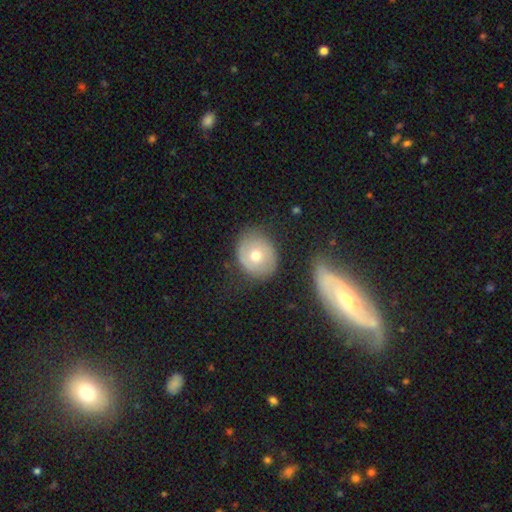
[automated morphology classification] smooth_or_featured: smooth (p=0.59) [alt: featured or disk p=0.34]
how_rounded: round (p=0.71) [alt: in between p=0.28]
merging: none (p=0.75) [alt: minor disturbance p=0.15]